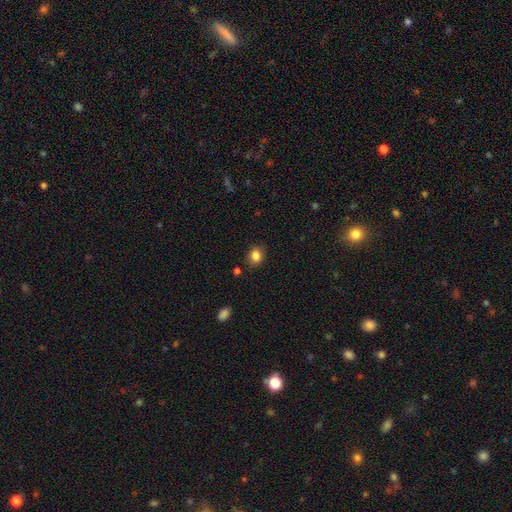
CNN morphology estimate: type=smooth (85%); roundness=round (52%); merging=none (86%).